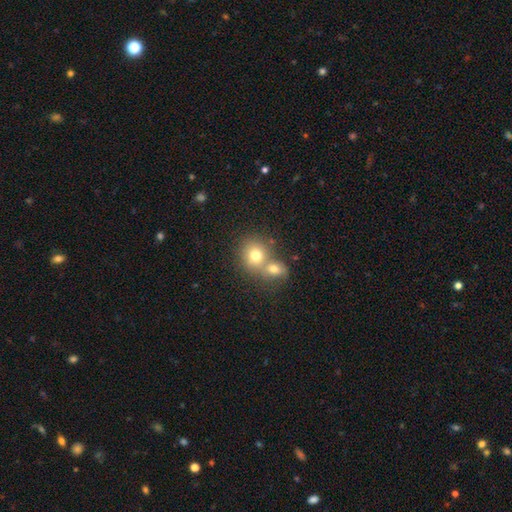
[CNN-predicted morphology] Q: Smooth or featured?
A: smooth (74%); runner-up: featured or disk (14%)
Q: How rounded?
A: round (78%); runner-up: in between (21%)
Q: Merging?
A: merger (52%); runner-up: none (38%)